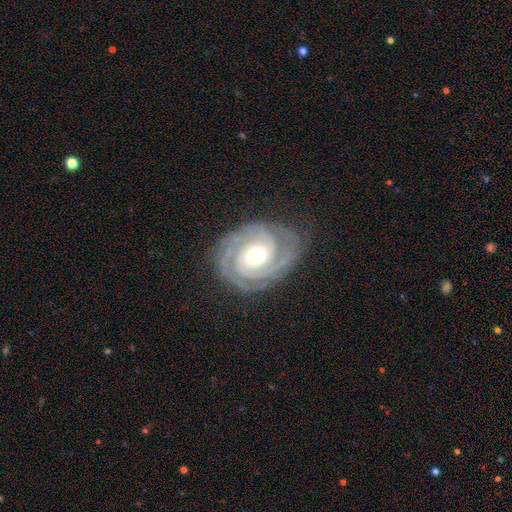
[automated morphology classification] smooth-or-featured: featured or disk: 92% | smooth: 4% | star or artifact: 4%
  disk-edge-on: no: 98% | yes: 2%
    bar: no: 64% | weak: 23% | strong: 12%
    has-spiral-arms: yes: 98% | no: 2%
      spiral-winding: tight: 81% | medium: 17% | loose: 2%
      spiral-arm-count: 2: 46% | 3: 31% | can't tell: 9% | 4: 6% | 1: 4% | more than 4: 4%
    bulge-size: moderate: 64% | small: 28% | large: 6% | dominant: 1% | none: 1%
  merging: none: 80% | minor disturbance: 15% | major disturbance: 4% | merger: 1%